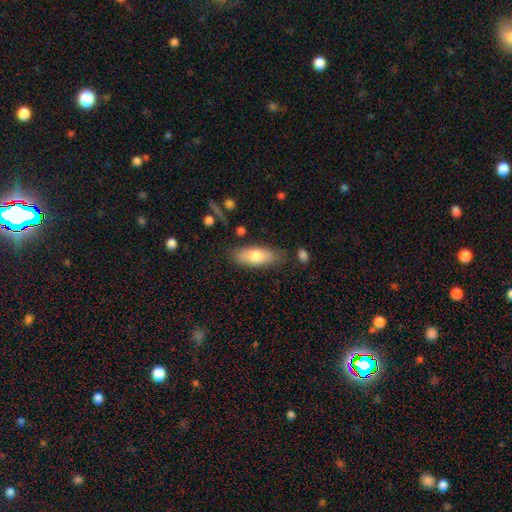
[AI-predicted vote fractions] Smooth or featured?
  - smooth: 73% *
  - featured or disk: 21%
  - star or artifact: 6%
How rounded?
  - in between: 79% *
  - cigar-shaped: 19%
  - round: 3%
Merging?
  - none: 79% *
  - minor disturbance: 14%
  - major disturbance: 3%
  - merger: 3%